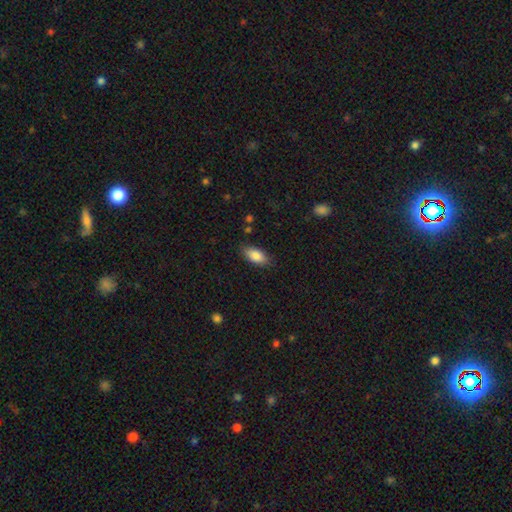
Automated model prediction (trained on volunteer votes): smooth 85%, featured or disk 8%, star or artifact 7%. Down the decision tree: how rounded — in between (90%); merging — none (84%).